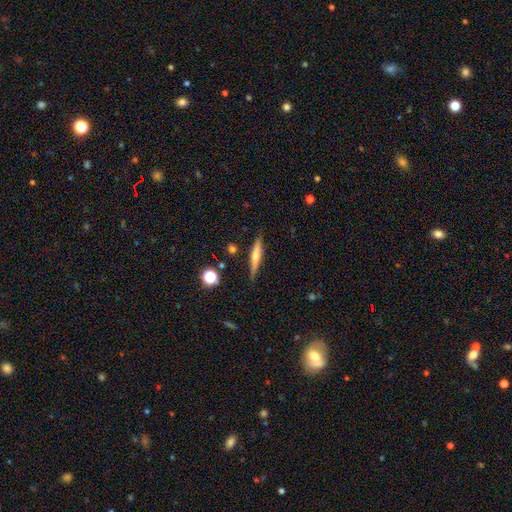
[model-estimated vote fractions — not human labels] A featured or disk galaxy (56%) viewed edge-on (96%) with a rounded central bulge (79%). Merging: none (87%).